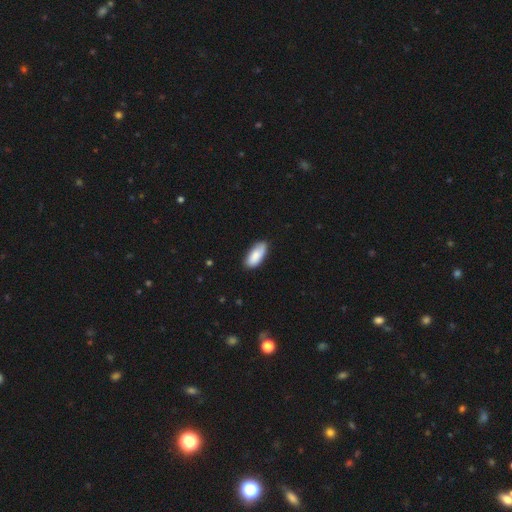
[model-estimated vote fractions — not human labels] Smooth or featured? Predicted: smooth (p=0.85). How rounded? Predicted: in between (p=0.86). Merging? Predicted: none (p=0.79).